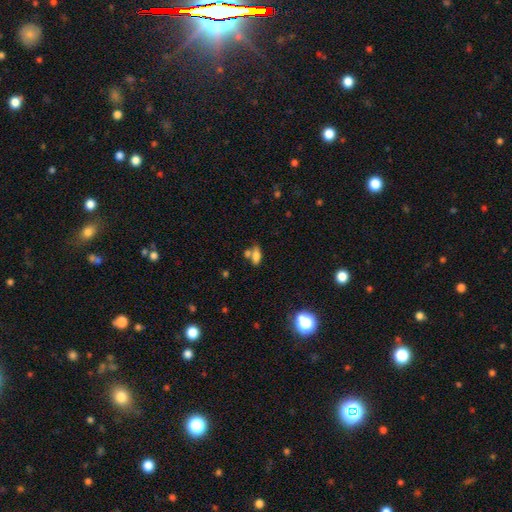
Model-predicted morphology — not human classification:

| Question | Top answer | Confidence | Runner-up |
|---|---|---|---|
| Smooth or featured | smooth | 75% | featured or disk (14%) |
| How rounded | in between | 78% | cigar-shaped (17%) |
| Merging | none | 47% | merger (34%) |